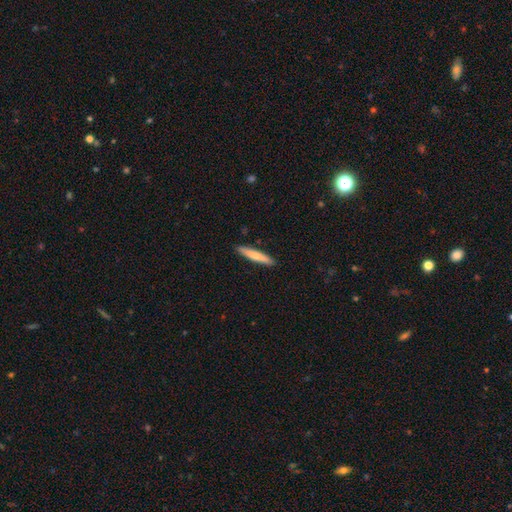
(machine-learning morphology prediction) type=smooth (68%); roundness=cigar-shaped (92%); merging=none (90%).